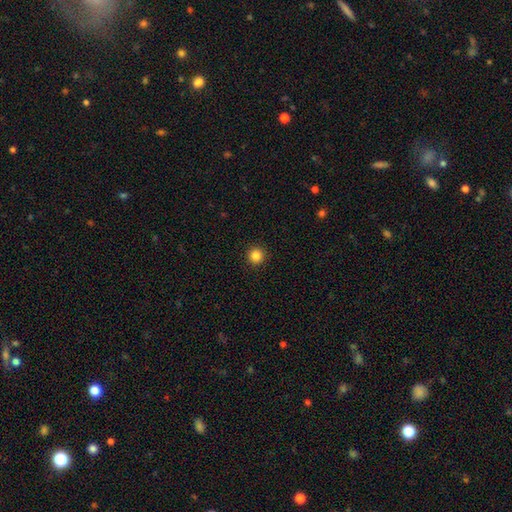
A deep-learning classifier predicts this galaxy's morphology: A smooth galaxy with no disk features (85%) that is round (96%). Merging: none (93%).